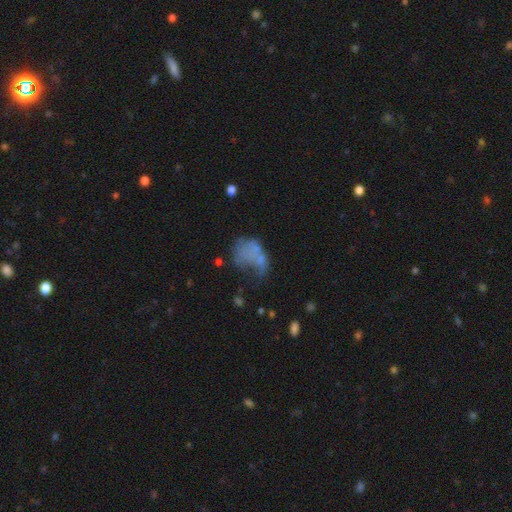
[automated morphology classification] This appears to be a smooth galaxy with no disk features (44%). Merging: major disturbance (38%).